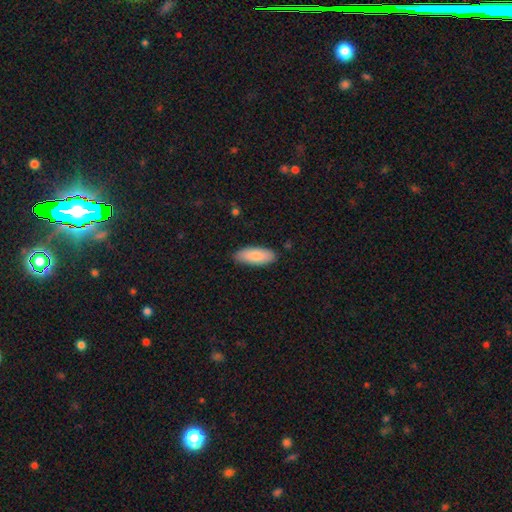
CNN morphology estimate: Smooth or featured? smooth (86%)
How rounded? in between (79%)
Merging? none (86%)